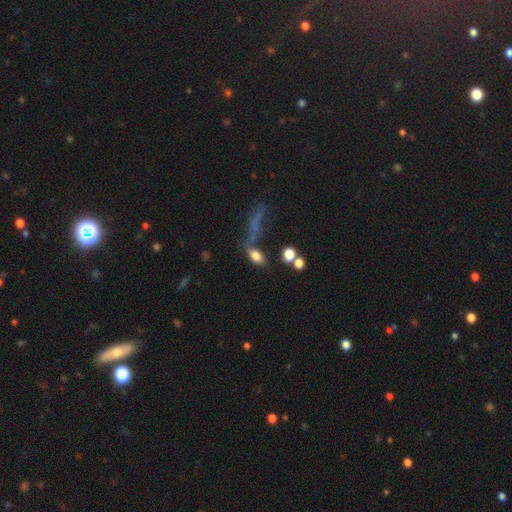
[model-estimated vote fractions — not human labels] smooth 75%, featured or disk 13%, star or artifact 11%. Down the decision tree: how rounded — in between (80%); merging — none (56%).